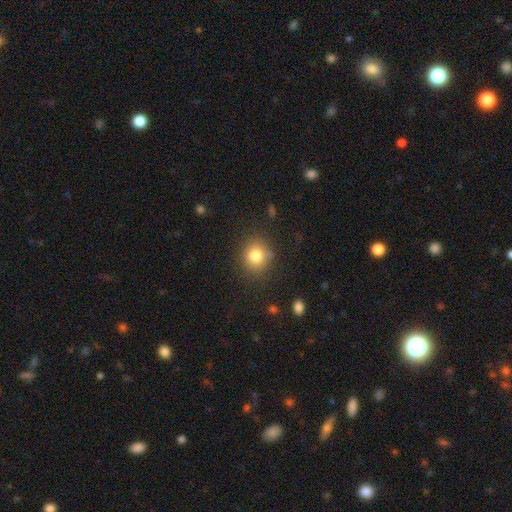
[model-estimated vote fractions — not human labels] Morphology: type=smooth (81%); roundness=round (79%); merging=none (81%).